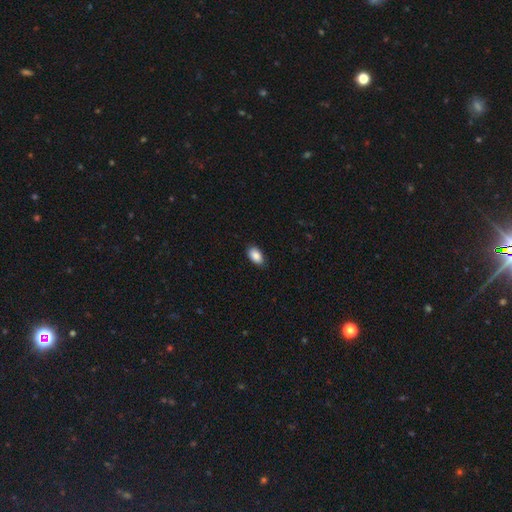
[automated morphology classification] smooth-or-featured: smooth: 89% | star or artifact: 7% | featured or disk: 4%
  how-rounded: in between: 93% | round: 5% | cigar-shaped: 2%
  merging: none: 86% | minor disturbance: 11% | major disturbance: 2% | merger: 1%